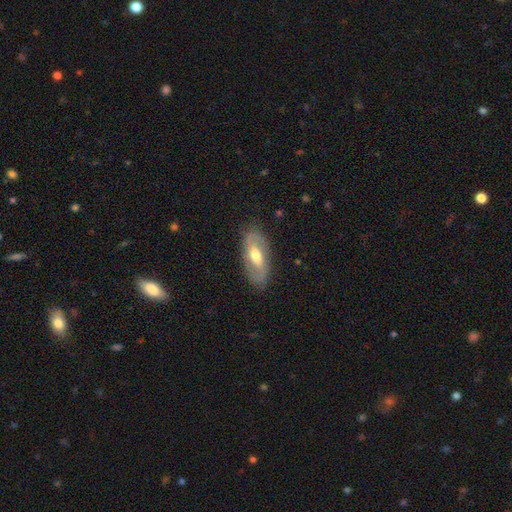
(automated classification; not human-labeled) A featured or disk galaxy (61%) with a weak bar (40%), spiral arms (61%) and a moderate central bulge (71%). Merging: none (82%).